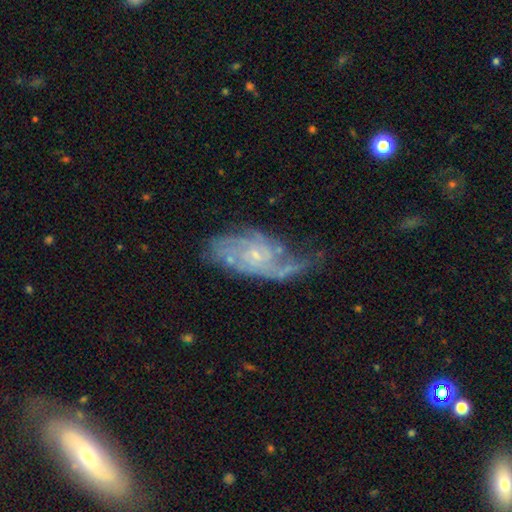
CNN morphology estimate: Smooth or featured? Predicted: featured or disk (p=0.82). Edge-on disk? Predicted: no (p=0.95). Bar? Predicted: no (p=0.73). Spiral arms? Predicted: yes (p=0.92). Spiral winding? Predicted: tight (p=0.44). Spiral arm count? Predicted: can't tell (p=0.37). Bulge size? Predicted: small (p=0.81). Merging? Predicted: none (p=0.45).